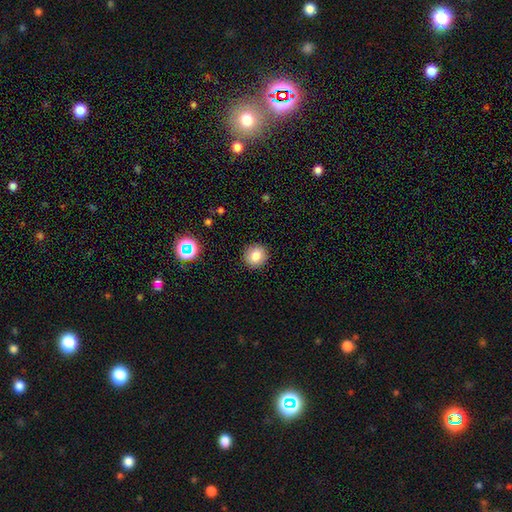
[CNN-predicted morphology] Smooth or featured: smooth — 82% (star or artifact — 11%)
How rounded: round — 87% (in between — 12%)
Merging: none — 90% (minor disturbance — 7%)